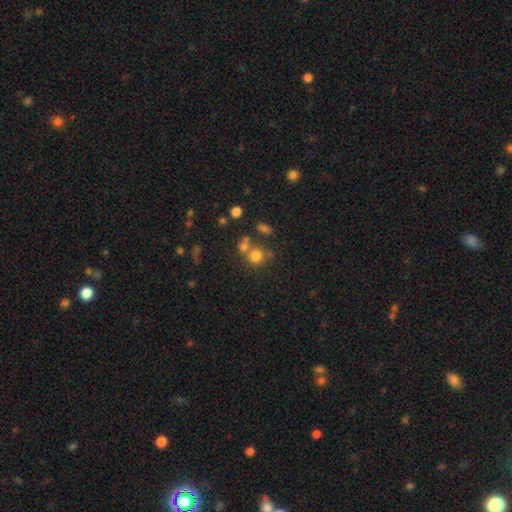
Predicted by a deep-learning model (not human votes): This is likely a smooth galaxy (75%). How rounded: clearly round (82%). Merging: possibly none (53%).